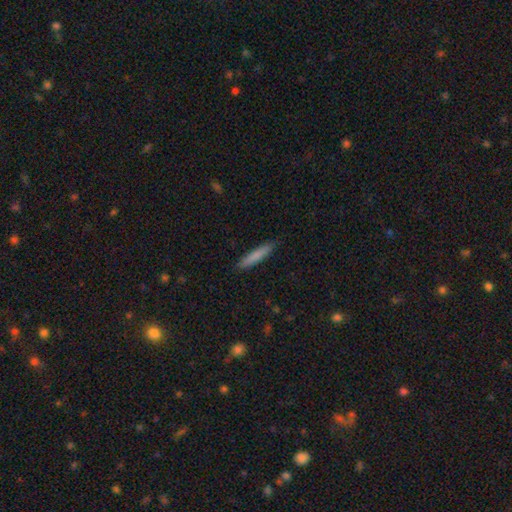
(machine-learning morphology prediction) A smooth galaxy with no disk features (79%) that is cigar-shaped (91%). Merging: none (88%).